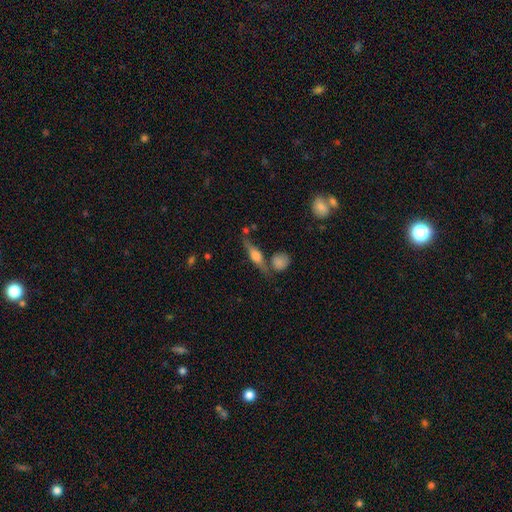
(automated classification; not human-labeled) A featured or disk galaxy (67%) viewed edge-on (94%) with a rounded central bulge (87%).

Vote fractions:
- Smooth or featured? featured or disk: 67% / smooth: 25% / star or artifact: 8%
- Edge-on disk? yes: 94% / no: 6%
- Edge-on bulge? rounded: 87% / boxy: 10% / none: 3%
- Merging? none: 71% / minor disturbance: 13% / merger: 11% / major disturbance: 5%